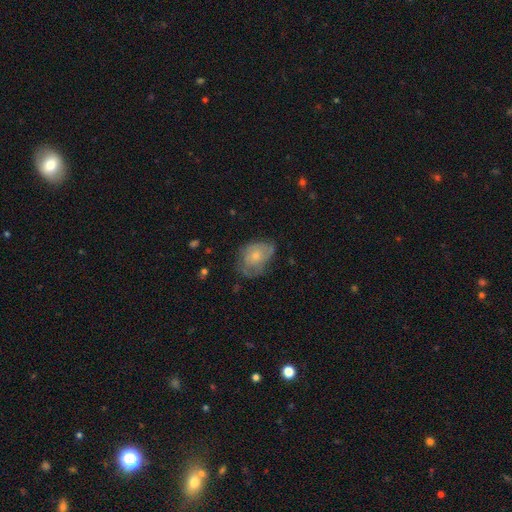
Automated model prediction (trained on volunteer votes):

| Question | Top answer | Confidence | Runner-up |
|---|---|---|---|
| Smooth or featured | smooth | 53% | featured or disk (39%) |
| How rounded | in between | 72% | round (27%) |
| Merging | none | 45% | minor disturbance (35%) |